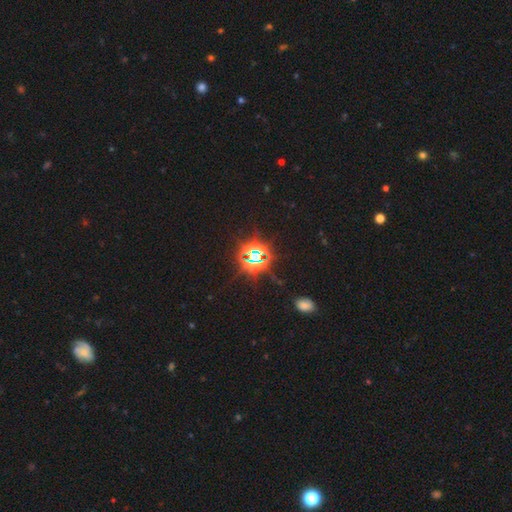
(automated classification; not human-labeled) A star or artifact, not a galaxy (83%).